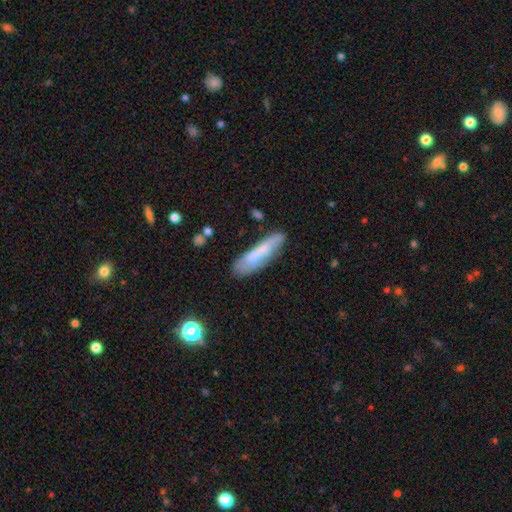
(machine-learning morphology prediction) Smooth or featured: smooth — 62% (featured or disk — 30%)
How rounded: cigar-shaped — 73% (in between — 26%)
Merging: none — 68% (minor disturbance — 21%)